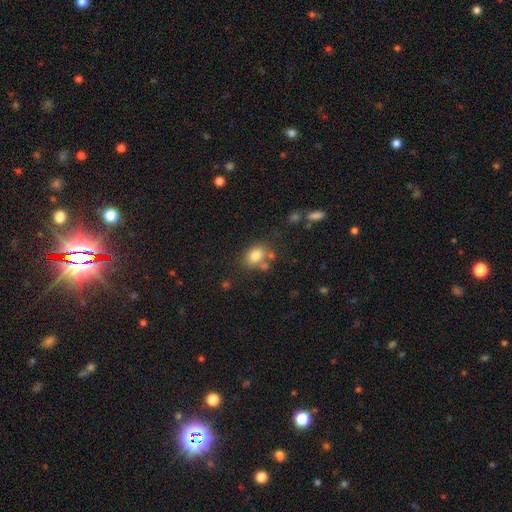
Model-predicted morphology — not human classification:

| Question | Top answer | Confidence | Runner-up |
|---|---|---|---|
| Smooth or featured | smooth | 79% | star or artifact (10%) |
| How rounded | in between | 62% | round (37%) |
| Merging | none | 63% | minor disturbance (16%) |